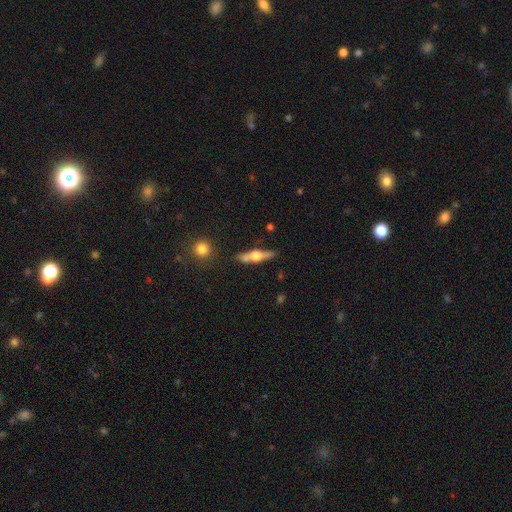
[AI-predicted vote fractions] Smooth or featured: featured or disk — 61% (smooth — 33%)
Edge-on disk: yes — 92% (no — 8%)
Edge-on bulge: rounded — 92% (boxy — 6%)
Merging: none — 67% (minor disturbance — 15%)